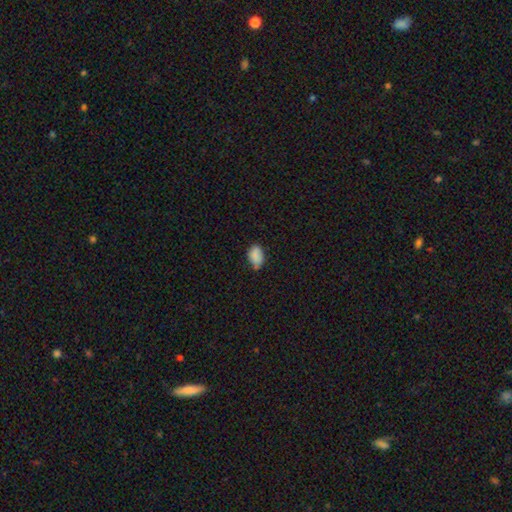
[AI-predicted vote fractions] smooth-or-featured: smooth: 86% | star or artifact: 8% | featured or disk: 6%
  how-rounded: in between: 88% | round: 11% | cigar-shaped: 1%
  merging: none: 61% | minor disturbance: 31% | major disturbance: 5% | merger: 2%